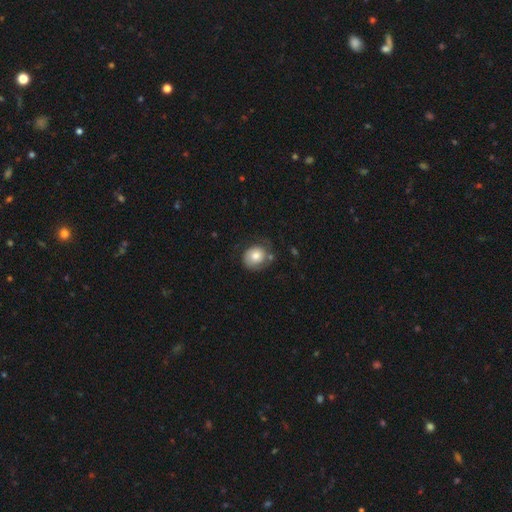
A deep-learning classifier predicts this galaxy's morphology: Smooth or featured? smooth (64%)
How rounded? round (78%)
Merging? none (57%)